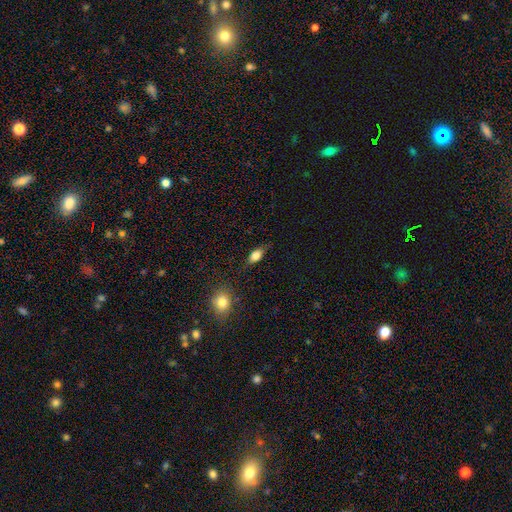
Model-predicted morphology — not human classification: smooth_or_featured: smooth (p=0.79) [alt: featured or disk p=0.13]
how_rounded: in between (p=0.84) [alt: cigar-shaped p=0.09]
merging: none (p=0.77) [alt: minor disturbance p=0.17]